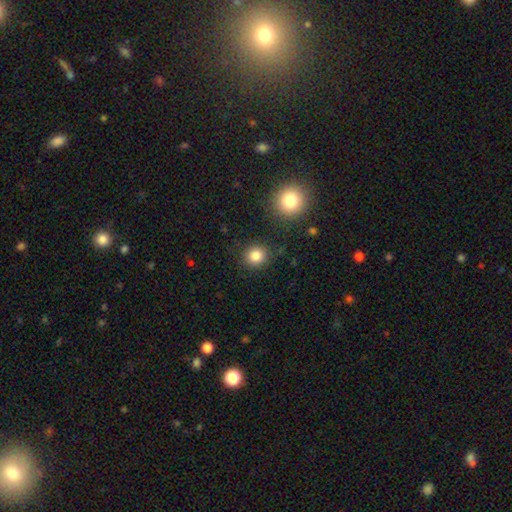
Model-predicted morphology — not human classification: Smooth or featured?
  - smooth: 83% *
  - star or artifact: 11%
  - featured or disk: 6%
How rounded?
  - round: 88% *
  - in between: 11%
  - cigar-shaped: 1%
Merging?
  - none: 88% *
  - minor disturbance: 7%
  - major disturbance: 3%
  - merger: 3%